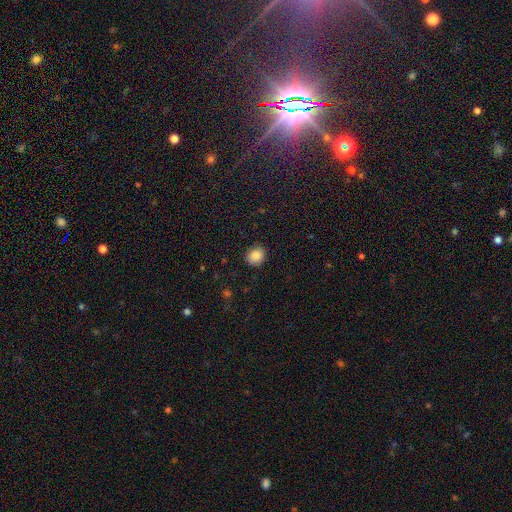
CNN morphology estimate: type=smooth (87%); roundness=round (65%); merging=none (88%).